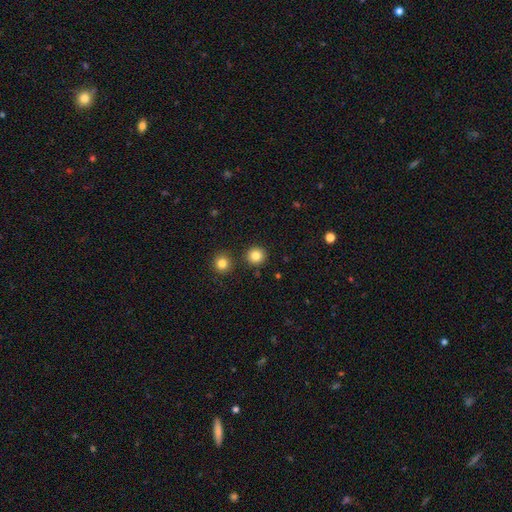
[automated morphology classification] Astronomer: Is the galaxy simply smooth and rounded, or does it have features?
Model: smooth — 83%.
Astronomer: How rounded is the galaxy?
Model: round — 94%.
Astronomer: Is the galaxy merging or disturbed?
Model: none — 89%.